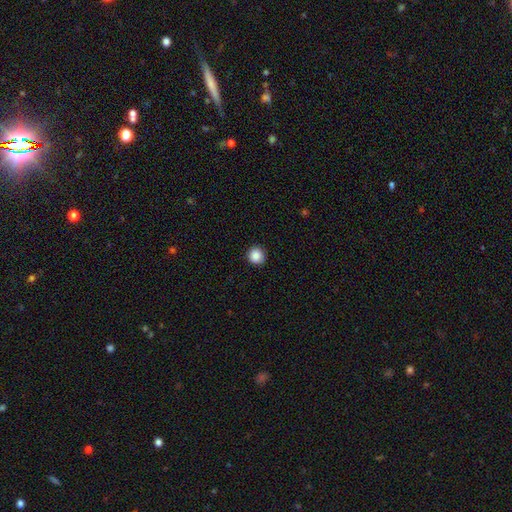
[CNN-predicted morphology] smooth-or-featured: smooth: 87% | star or artifact: 9% | featured or disk: 3%
  how-rounded: round: 94% | in between: 5% | cigar-shaped: 1%
  merging: none: 92% | minor disturbance: 6% | major disturbance: 2% | merger: 1%